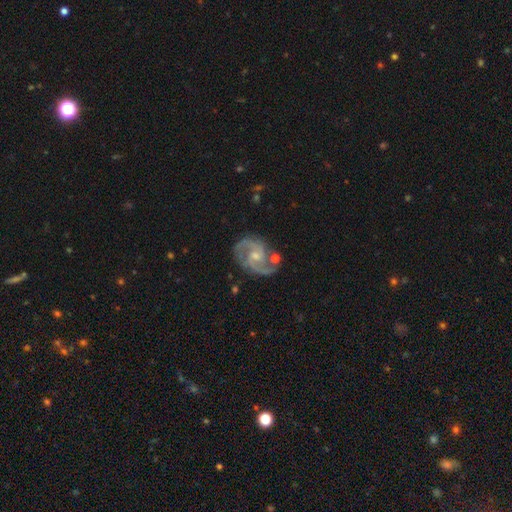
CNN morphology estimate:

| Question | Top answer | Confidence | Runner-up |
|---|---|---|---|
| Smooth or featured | featured or disk | 90% | star or artifact (5%) |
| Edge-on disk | no | 98% | yes (2%) |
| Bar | no | 47% | weak (45%) |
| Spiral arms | yes | 98% | no (2%) |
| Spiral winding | medium | 60% | tight (24%) |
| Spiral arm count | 2 | 79% | 3 (10%) |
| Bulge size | small | 51% | moderate (41%) |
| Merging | none | 70% | minor disturbance (18%) |